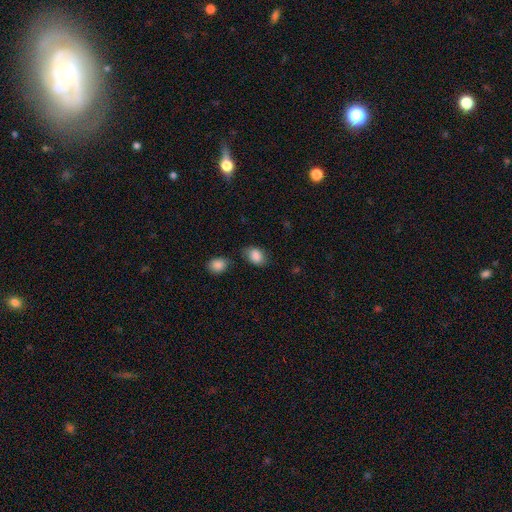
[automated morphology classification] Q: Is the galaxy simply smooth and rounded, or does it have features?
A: smooth — 86%.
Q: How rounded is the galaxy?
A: in between — 74%.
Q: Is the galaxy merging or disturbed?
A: none — 66%.